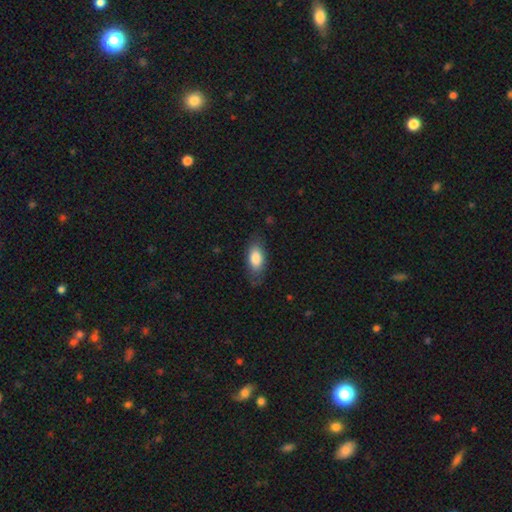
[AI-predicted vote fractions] Smooth or featured? Predicted: smooth (p=0.81). How rounded? Predicted: in between (p=0.86). Merging? Predicted: none (p=0.77).